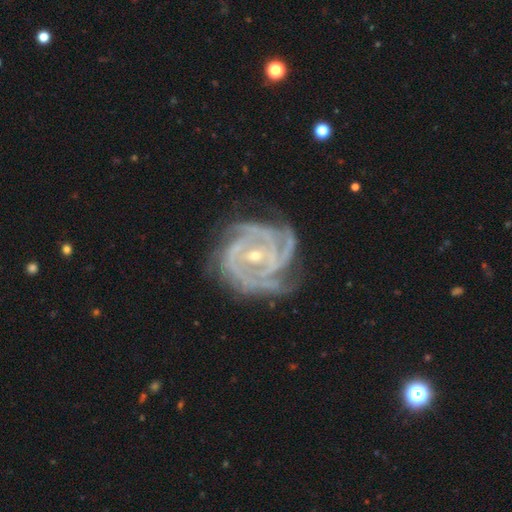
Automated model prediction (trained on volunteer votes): A featured or disk galaxy (92%) with no bar (46%), 3 (34%) tight (74%) spiral arms (98%) and a small central bulge (65%). Merging: none (68%).